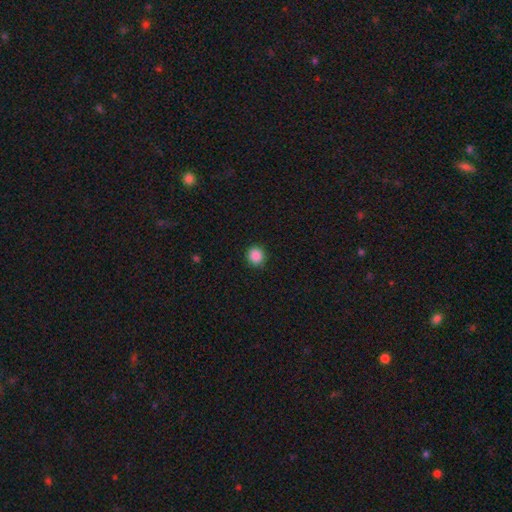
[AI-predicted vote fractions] A smooth galaxy with no disk features (88%) that is round (91%).

Vote fractions:
- Smooth or featured? smooth: 88% / star or artifact: 10% / featured or disk: 3%
- How rounded? round: 91% / in between: 8% / cigar-shaped: 1%
- Merging? none: 90% / minor disturbance: 7% / major disturbance: 2% / merger: 1%